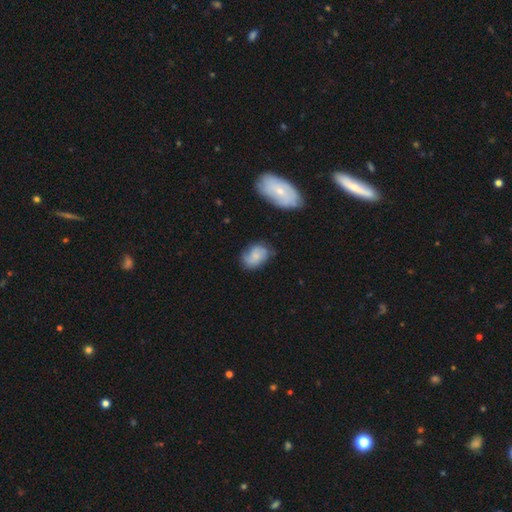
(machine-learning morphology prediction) smooth 61%, featured or disk 31%, star or artifact 8%. Down the decision tree: how rounded — in between (77%); merging — none (61%).